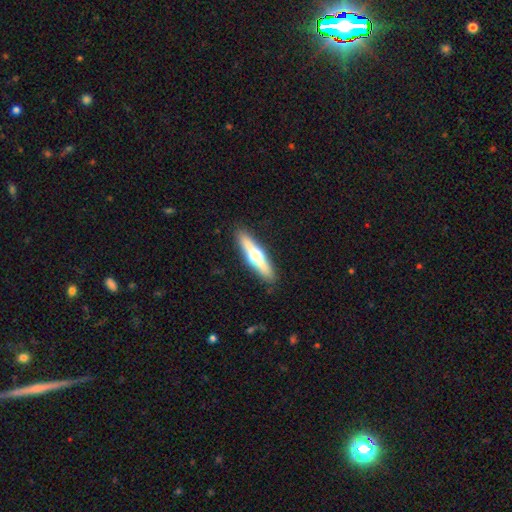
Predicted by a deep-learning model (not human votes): This is possibly a featured or disk galaxy (59%). It is clearly viewed edge-on (94%). Edge-on bulge: clearly rounded (95%). Merging: clearly none (89%).